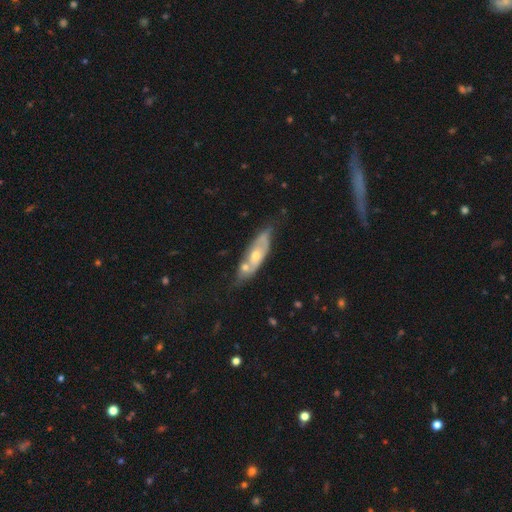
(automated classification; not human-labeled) smooth_or_featured: featured or disk (p=0.62) [alt: smooth p=0.31]
disk_edge_on: no (p=0.73) [alt: yes p=0.27]
merging: none (p=0.54) [alt: minor disturbance p=0.22]